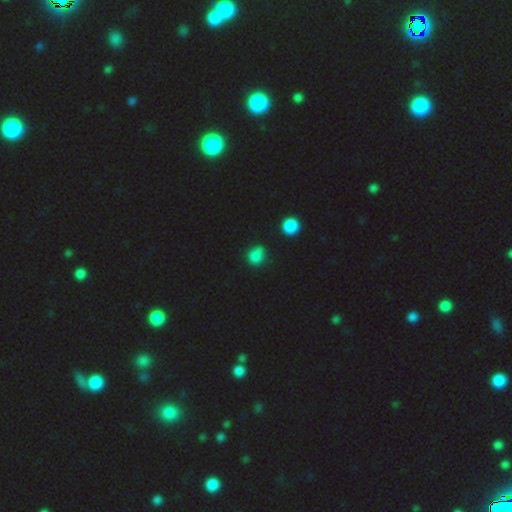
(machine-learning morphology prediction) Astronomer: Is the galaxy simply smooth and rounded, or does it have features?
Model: smooth — 76%.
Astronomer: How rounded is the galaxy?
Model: round — 76%.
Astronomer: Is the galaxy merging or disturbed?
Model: none — 67%.